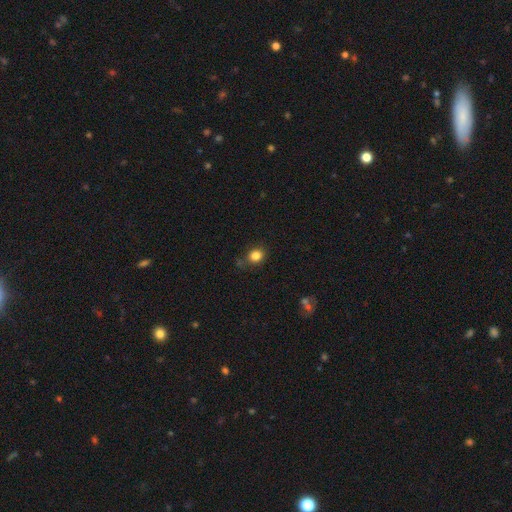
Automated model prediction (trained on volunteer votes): smooth_or_featured: smooth (p=0.83) [alt: star or artifact p=0.12]
how_rounded: round (p=0.68) [alt: in between p=0.31]
merging: none (p=0.78) [alt: minor disturbance p=0.15]